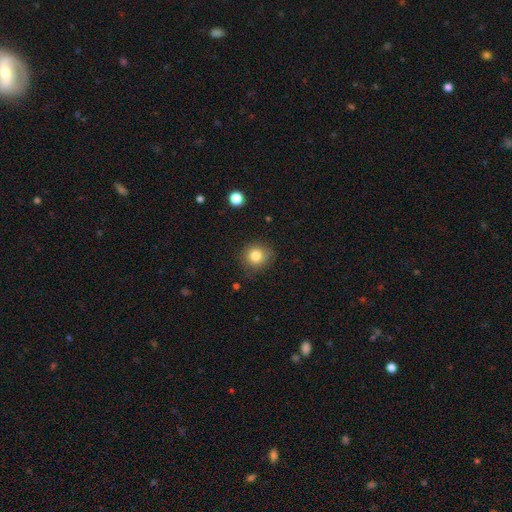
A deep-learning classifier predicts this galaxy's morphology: A smooth galaxy with no disk features (82%) that is round (87%).

Vote fractions:
- Smooth or featured? smooth: 82% / star or artifact: 11% / featured or disk: 8%
- How rounded? round: 87% / in between: 12% / cigar-shaped: 1%
- Merging? none: 80% / minor disturbance: 15% / major disturbance: 3% / merger: 2%